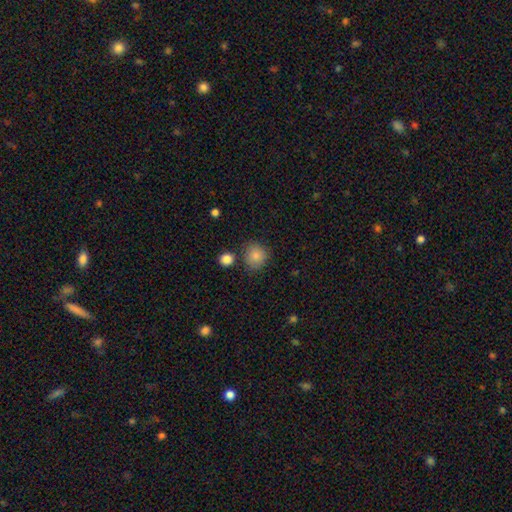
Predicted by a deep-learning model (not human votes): The model was most divided on "merging": none: 76%, minor disturbance: 13%, merger: 7%, major disturbance: 4%. More confident: how rounded — round (87%); smooth or featured — smooth (85%).